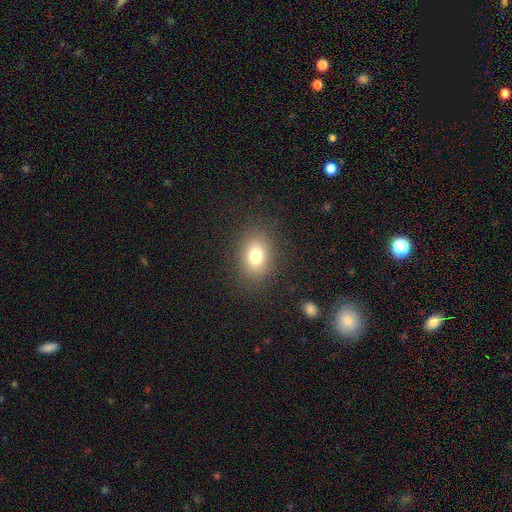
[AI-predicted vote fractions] smooth_or_featured: smooth (p=0.78) [alt: star or artifact p=0.12]
how_rounded: in between (p=0.67) [alt: round p=0.32]
merging: none (p=0.86) [alt: minor disturbance p=0.09]